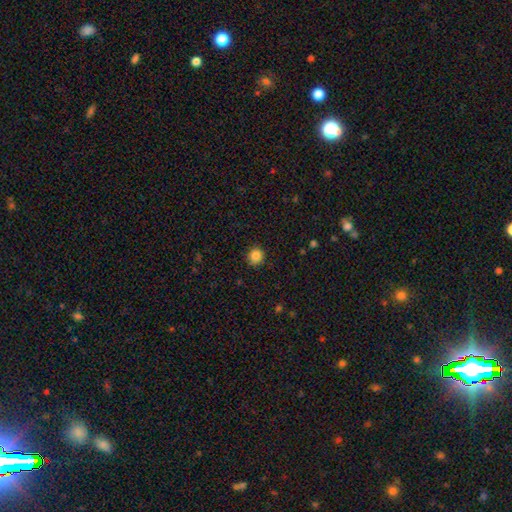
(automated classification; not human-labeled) smooth 85%, star or artifact 11%, featured or disk 4%. Down the decision tree: how rounded — round (89%); merging — none (89%).